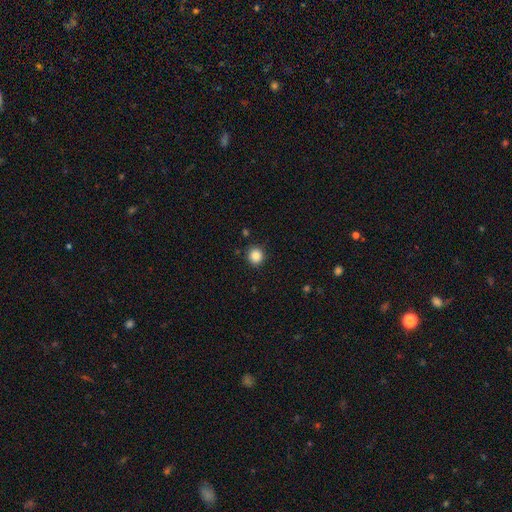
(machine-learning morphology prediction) smooth-or-featured: smooth: 86% | star or artifact: 10% | featured or disk: 4%
  how-rounded: round: 93% | in between: 6% | cigar-shaped: 1%
  merging: none: 90% | minor disturbance: 6% | major disturbance: 2% | merger: 2%